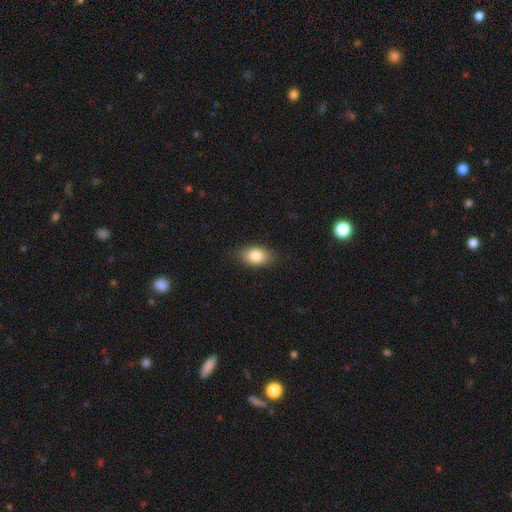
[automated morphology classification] Q: Smooth or featured?
A: smooth (81%); runner-up: featured or disk (11%)
Q: How rounded?
A: in between (87%); runner-up: round (10%)
Q: Merging?
A: none (84%); runner-up: minor disturbance (13%)